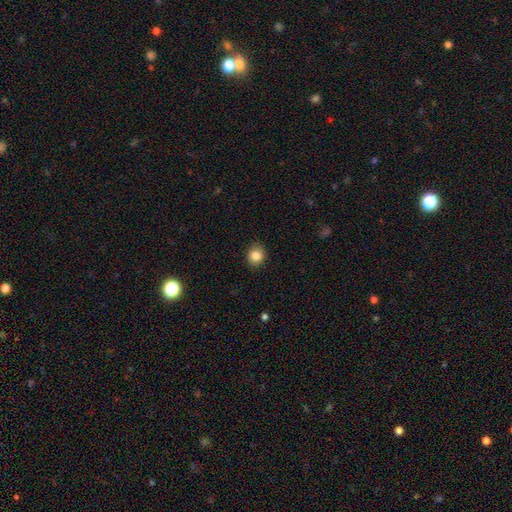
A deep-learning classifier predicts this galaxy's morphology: smooth_or_featured: smooth (p=0.85) [alt: star or artifact p=0.10]
how_rounded: round (p=0.75) [alt: in between p=0.24]
merging: none (p=0.86) [alt: minor disturbance p=0.10]